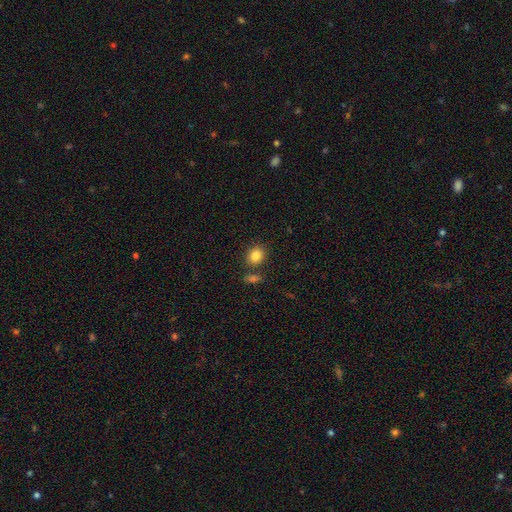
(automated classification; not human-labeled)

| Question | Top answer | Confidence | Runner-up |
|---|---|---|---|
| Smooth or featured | smooth | 84% | star or artifact (10%) |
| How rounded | round | 67% | in between (32%) |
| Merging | none | 79% | minor disturbance (10%) |